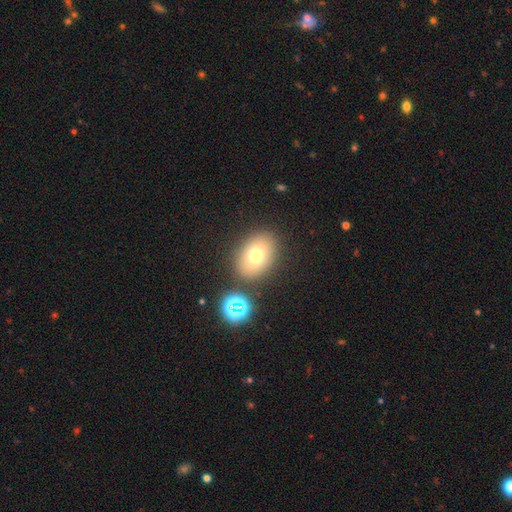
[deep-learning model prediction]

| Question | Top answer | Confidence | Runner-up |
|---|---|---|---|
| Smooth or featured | smooth | 72% | featured or disk (15%) |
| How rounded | in between | 73% | round (26%) |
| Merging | none | 80% | minor disturbance (10%) |